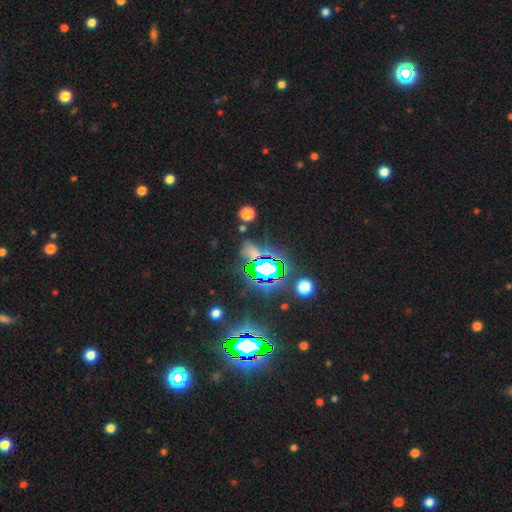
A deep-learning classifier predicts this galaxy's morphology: Smooth or featured? star or artifact (65%)